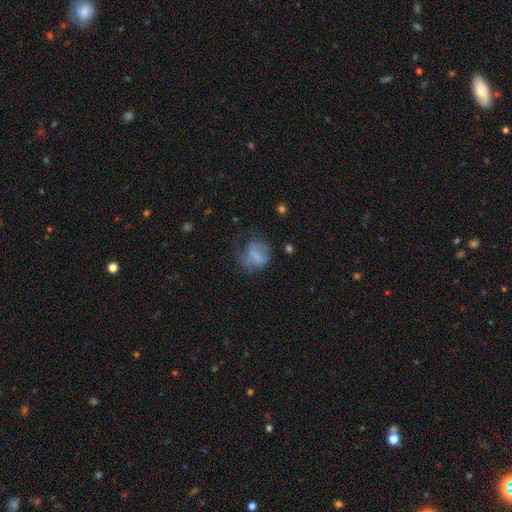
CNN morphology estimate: smooth_or_featured: smooth (p=0.55) [alt: featured or disk p=0.32]
how_rounded: round (p=0.57) [alt: in between p=0.42]
merging: none (p=0.36) [tied with: major disturbance p=0.36]